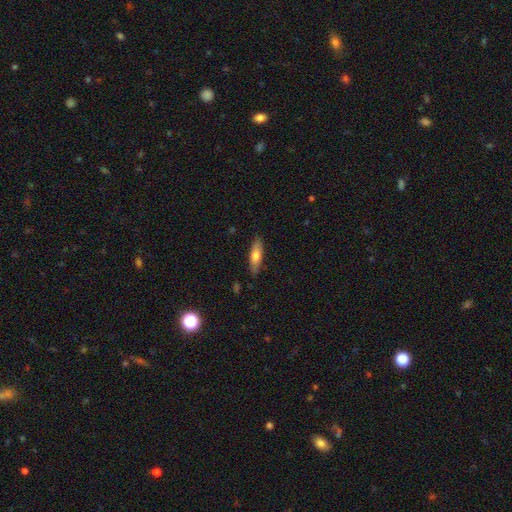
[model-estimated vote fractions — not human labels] smooth-or-featured: smooth: 67% | featured or disk: 28% | star or artifact: 6%
  how-rounded: cigar-shaped: 54% | in between: 44% | round: 2%
  merging: none: 86% | minor disturbance: 11% | major disturbance: 2% | merger: 1%